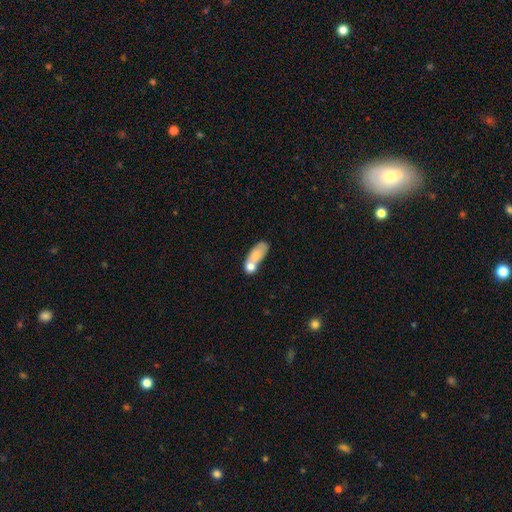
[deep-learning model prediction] Q: Smooth or featured?
A: smooth (70%); runner-up: featured or disk (22%)
Q: How rounded?
A: in between (72%); runner-up: cigar-shaped (19%)
Q: Merging?
A: merger (51%); runner-up: none (26%)